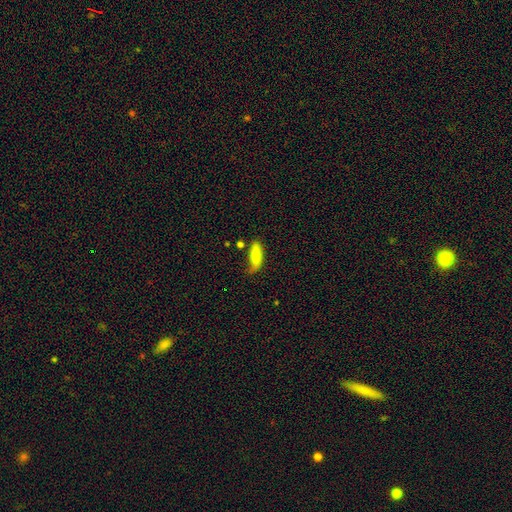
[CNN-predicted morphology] type=smooth (79%); roundness=in between (54%); merging=none (48%).